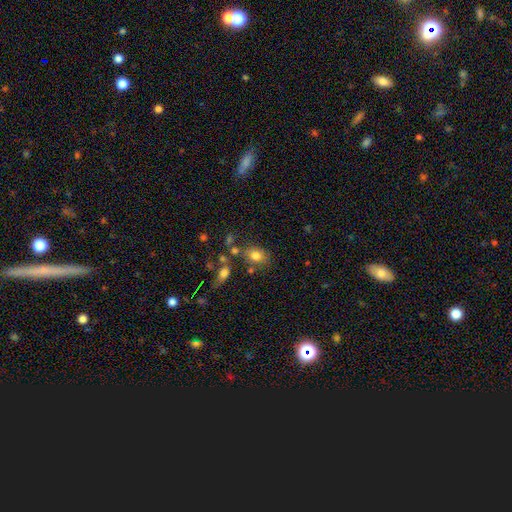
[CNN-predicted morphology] Smooth or featured? smooth (78%)
How rounded? in between (58%)
Merging? none (64%)